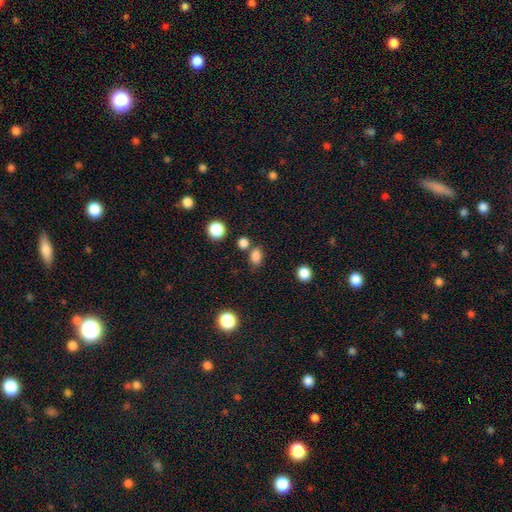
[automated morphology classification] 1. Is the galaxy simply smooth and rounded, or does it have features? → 83% smooth, 13% star or artifact, 4% featured or disk.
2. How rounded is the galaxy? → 71% in between, 28% round, 1% cigar-shaped.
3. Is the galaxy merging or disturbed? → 68% none, 14% merger, 13% minor disturbance, 4% major disturbance.